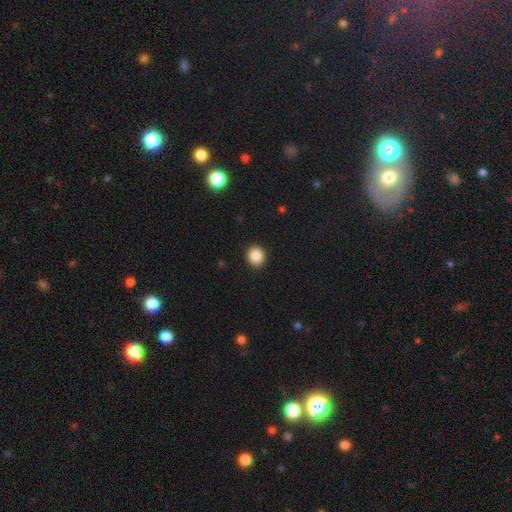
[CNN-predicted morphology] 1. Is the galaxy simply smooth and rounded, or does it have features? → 87% smooth, 9% star or artifact, 4% featured or disk.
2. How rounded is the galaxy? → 71% round, 28% in between, 1% cigar-shaped.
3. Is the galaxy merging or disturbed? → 91% none, 6% minor disturbance, 2% major disturbance, 1% merger.